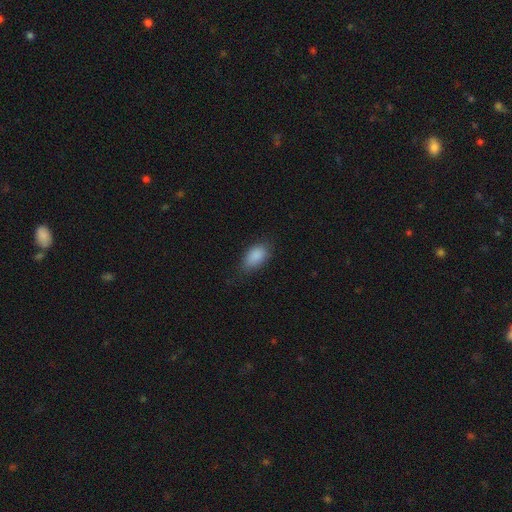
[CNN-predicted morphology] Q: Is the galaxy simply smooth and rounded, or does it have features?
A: smooth — 88%.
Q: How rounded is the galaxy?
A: in between — 90%.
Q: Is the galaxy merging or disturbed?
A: none — 72%.